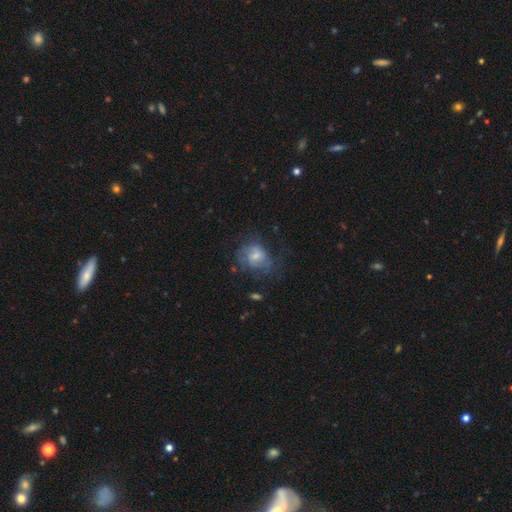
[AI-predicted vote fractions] Q: Smooth or featured?
A: featured or disk (52%); runner-up: smooth (38%)
Q: Edge-on disk?
A: no (97%); runner-up: yes (3%)
Q: Bar?
A: no (54%); runner-up: weak (39%)
Q: Spiral arms?
A: yes (66%); runner-up: no (34%)
Q: Bulge size?
A: small (48%); runner-up: moderate (37%)
Q: Merging?
A: none (48%); runner-up: major disturbance (26%)